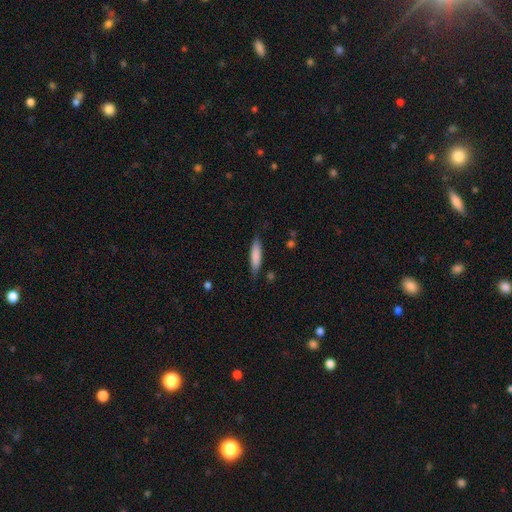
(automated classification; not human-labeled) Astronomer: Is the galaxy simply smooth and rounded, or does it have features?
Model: smooth — 82%.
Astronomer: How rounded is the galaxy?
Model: cigar-shaped — 72%.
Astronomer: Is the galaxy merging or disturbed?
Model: none — 79%.